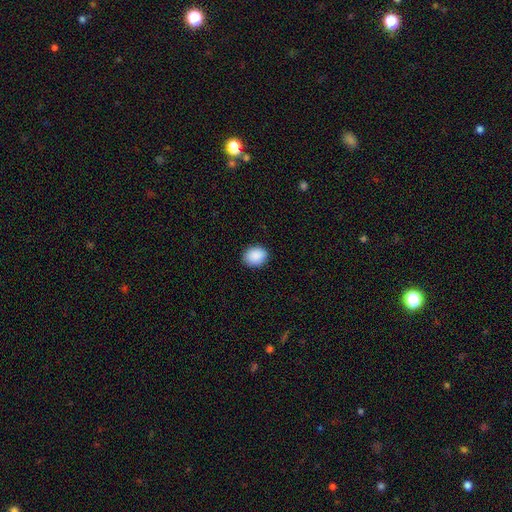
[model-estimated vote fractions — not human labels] smooth-or-featured: smooth: 90% | star or artifact: 7% | featured or disk: 3%
  how-rounded: in between: 53% | round: 46% | cigar-shaped: 1%
  merging: none: 89% | minor disturbance: 8% | major disturbance: 2% | merger: 1%